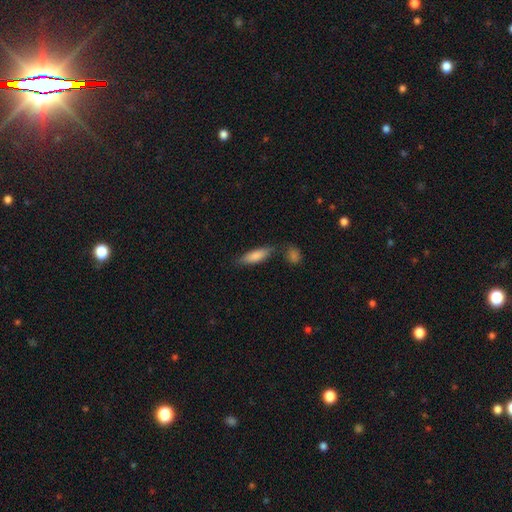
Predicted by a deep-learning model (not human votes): smooth_or_featured: smooth (p=0.80) [alt: featured or disk p=0.14]
how_rounded: in between (p=0.51) [alt: cigar-shaped p=0.47]
merging: none (p=0.68) [alt: minor disturbance p=0.18]